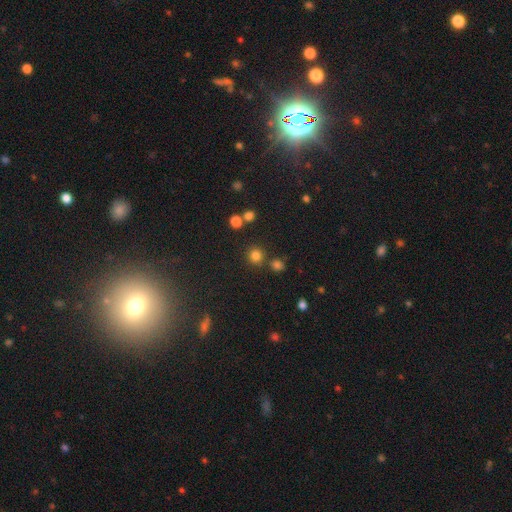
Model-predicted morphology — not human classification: type=smooth (78%); roundness=round (92%); merging=none (80%).